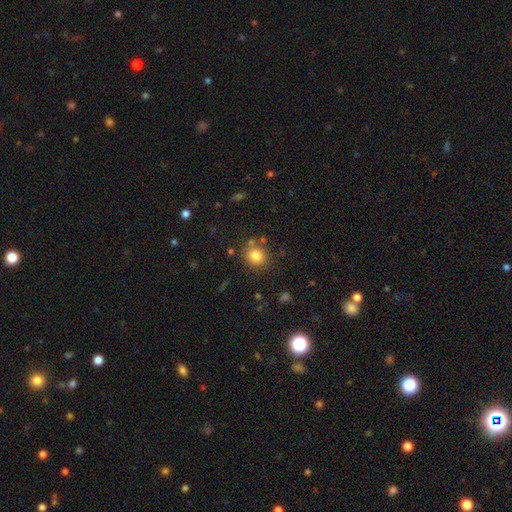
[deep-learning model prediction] The model was most divided on "how rounded": round: 81%, in between: 18%, cigar-shaped: 1%. More confident: smooth or featured — smooth (81%); merging — none (78%).